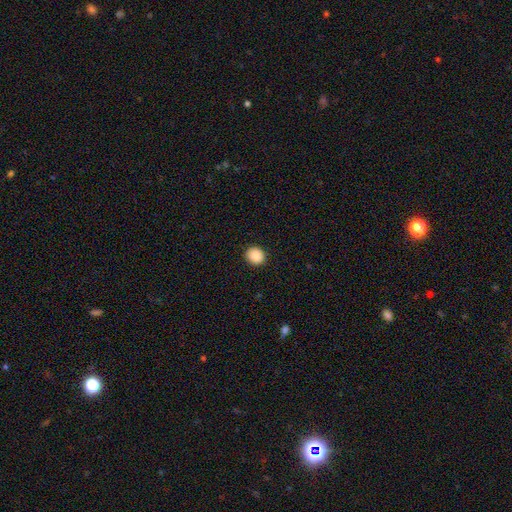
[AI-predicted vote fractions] This appears to be a smooth galaxy with no disk features (89%) that is round (75%). Merging: none (90%).